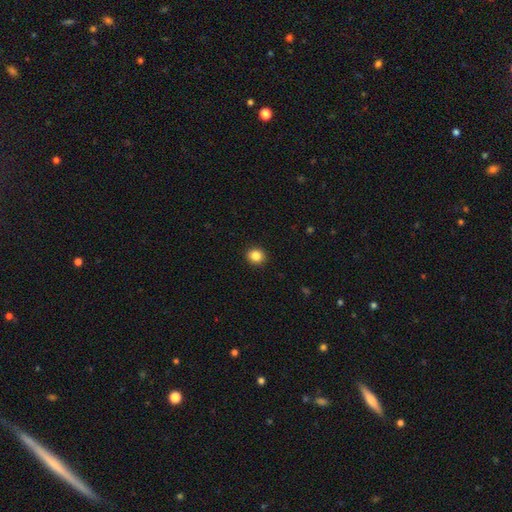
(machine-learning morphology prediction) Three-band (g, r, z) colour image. It shows a smooth galaxy with no disk features (85%) that is round (81%). Merging: none (92%).